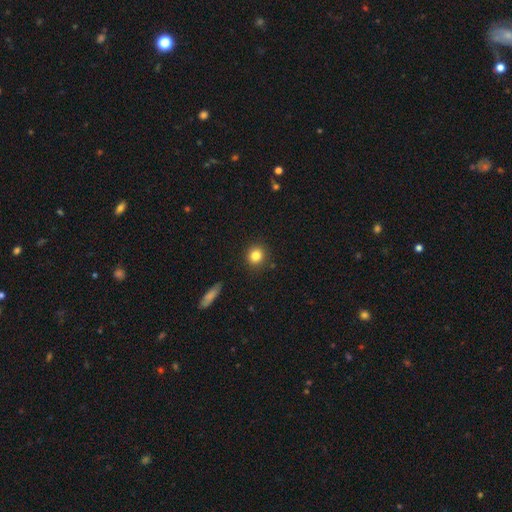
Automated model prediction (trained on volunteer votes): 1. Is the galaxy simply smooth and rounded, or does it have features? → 84% smooth, 11% star or artifact, 6% featured or disk.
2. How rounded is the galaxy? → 89% round, 9% in between, 1% cigar-shaped.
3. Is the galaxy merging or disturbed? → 90% none, 7% minor disturbance, 2% major disturbance, 2% merger.